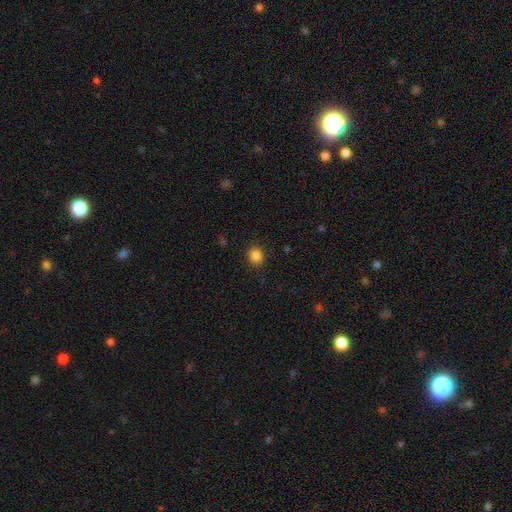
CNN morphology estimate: Smooth or featured: smooth — 86% (star or artifact — 11%)
How rounded: round — 79% (in between — 20%)
Merging: none — 88% (minor disturbance — 8%)